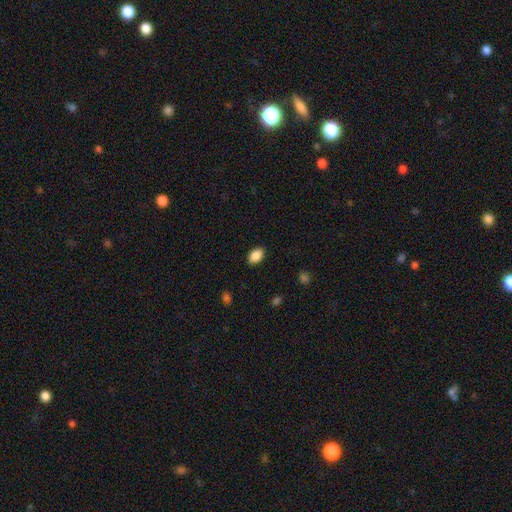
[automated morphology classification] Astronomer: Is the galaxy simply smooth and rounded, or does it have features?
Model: smooth — 88%.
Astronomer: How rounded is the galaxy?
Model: in between — 88%.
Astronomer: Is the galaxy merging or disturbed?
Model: none — 87%.